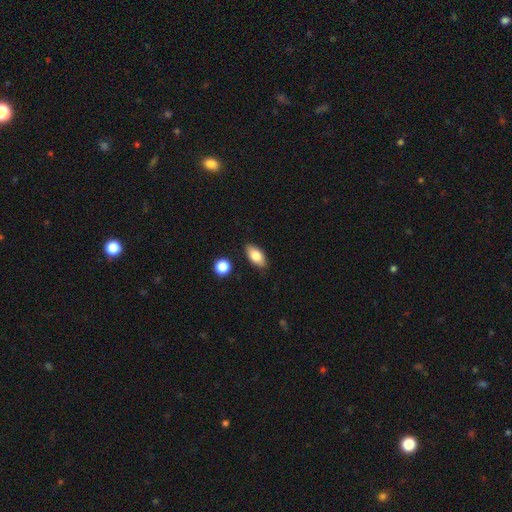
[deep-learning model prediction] Smooth or featured?
  - smooth: 81% *
  - featured or disk: 11%
  - star or artifact: 7%
How rounded?
  - in between: 89% *
  - cigar-shaped: 6%
  - round: 4%
Merging?
  - none: 86% *
  - minor disturbance: 10%
  - merger: 2%
  - major disturbance: 2%